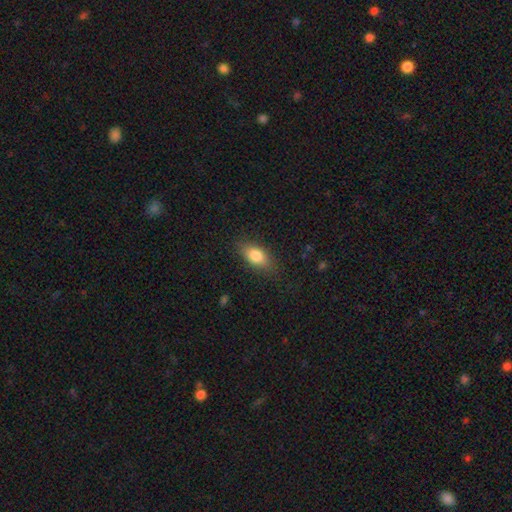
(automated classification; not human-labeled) The model was most divided on "merging": none: 81%, minor disturbance: 14%, major disturbance: 4%, merger: 1%. More confident: how rounded — in between (84%); smooth or featured — smooth (80%).